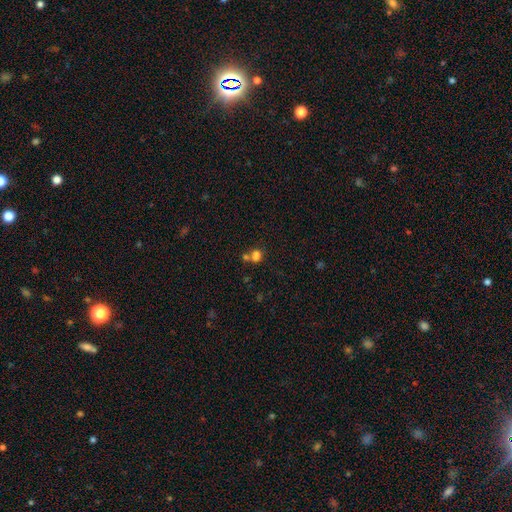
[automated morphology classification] The model was most divided on "merging": none: 46%, merger: 40%, minor disturbance: 10%, major disturbance: 5%. More confident: smooth or featured — smooth (75%); how rounded — round (55%).